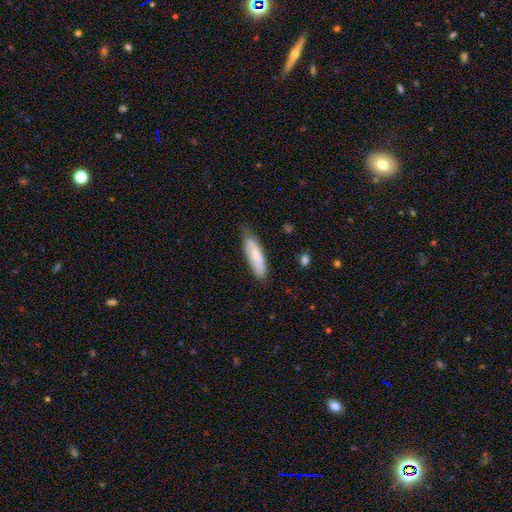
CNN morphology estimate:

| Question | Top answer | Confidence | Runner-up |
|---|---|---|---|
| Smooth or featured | smooth | 74% | featured or disk (20%) |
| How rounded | cigar-shaped | 57% | in between (41%) |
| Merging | none | 71% | minor disturbance (23%) |